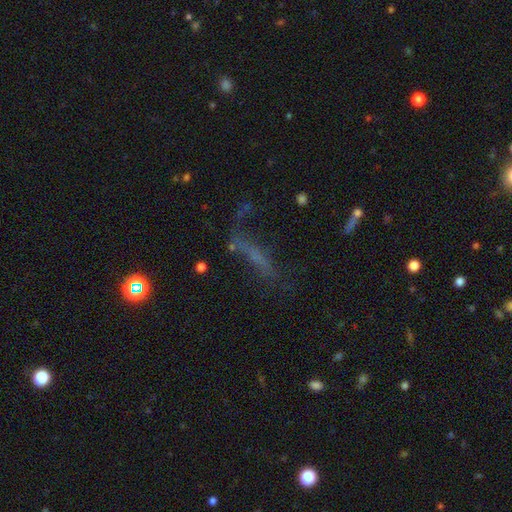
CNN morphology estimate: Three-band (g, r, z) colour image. It shows a featured or disk galaxy (37%). Merging: none (45%).